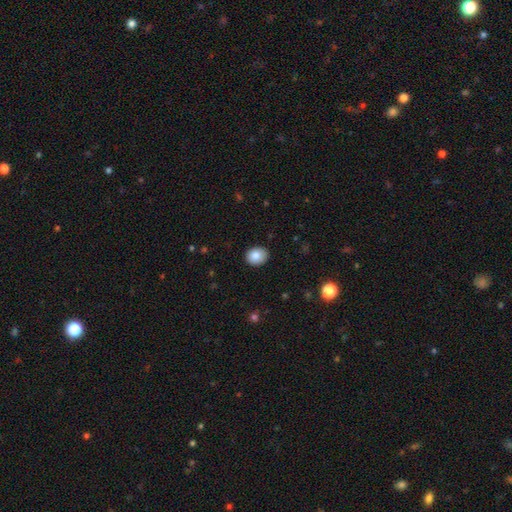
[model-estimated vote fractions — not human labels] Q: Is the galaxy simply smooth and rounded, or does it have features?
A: smooth — 86%.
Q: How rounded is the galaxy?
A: round — 53%.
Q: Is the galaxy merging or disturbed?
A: none — 88%.